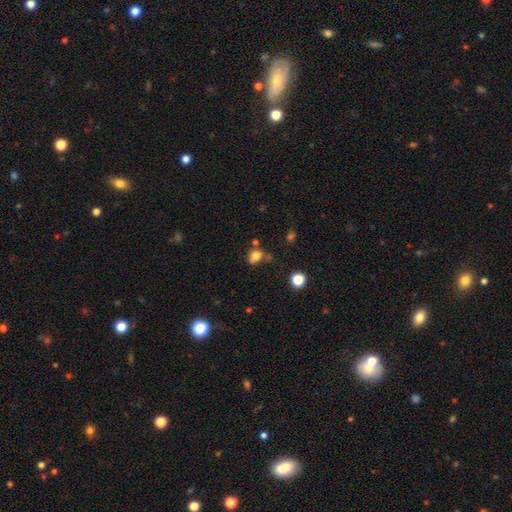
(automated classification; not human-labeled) smooth_or_featured: smooth (p=0.76) [alt: star or artifact p=0.14]
how_rounded: round (p=0.58) [alt: in between p=0.41]
merging: none (p=0.50) [alt: minor disturbance p=0.24]